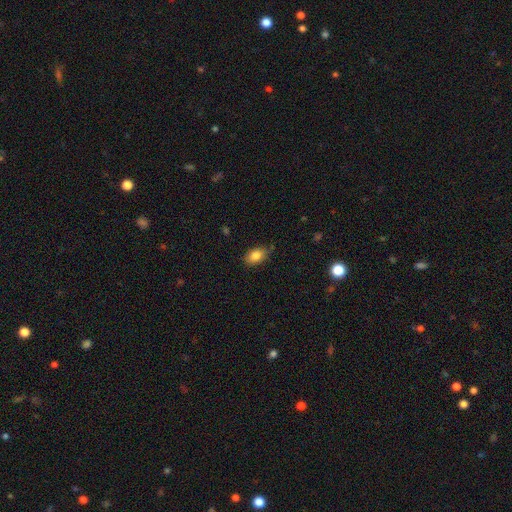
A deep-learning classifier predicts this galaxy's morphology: Q: Smooth or featured?
A: smooth (84%); runner-up: star or artifact (8%)
Q: How rounded?
A: in between (86%); runner-up: round (12%)
Q: Merging?
A: none (79%); runner-up: minor disturbance (16%)